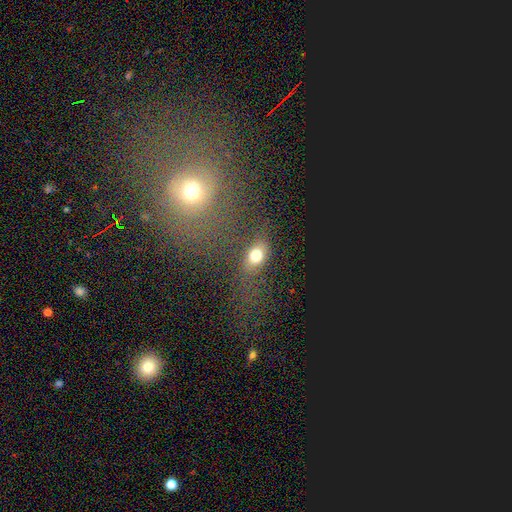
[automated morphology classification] Smooth or featured? Predicted: smooth (p=0.72). How rounded? Predicted: in between (p=0.69). Merging? Predicted: none (p=0.70).